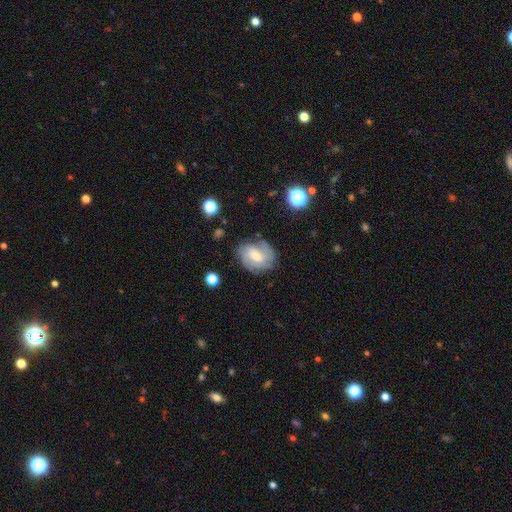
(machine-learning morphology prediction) Q: Smooth or featured?
A: featured or disk (63%); runner-up: smooth (29%)
Q: Edge-on disk?
A: no (97%); runner-up: yes (3%)
Q: Bar?
A: weak (46%); runner-up: no (44%)
Q: Spiral arms?
A: yes (86%); runner-up: no (14%)
Q: Spiral winding?
A: tight (49%); runner-up: medium (37%)
Q: Spiral arm count?
A: can't tell (38%); runner-up: 2 (32%)
Q: Bulge size?
A: small (52%); runner-up: moderate (42%)
Q: Merging?
A: none (67%); runner-up: minor disturbance (22%)